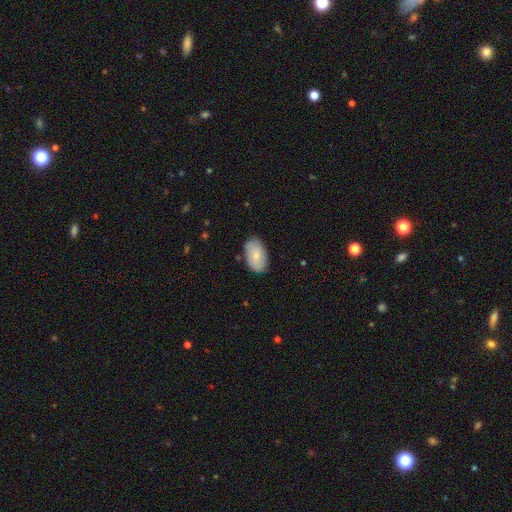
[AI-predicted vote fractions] smooth 75%, featured or disk 19%, star or artifact 6%. Down the decision tree: how rounded — in between (94%); merging — none (81%).